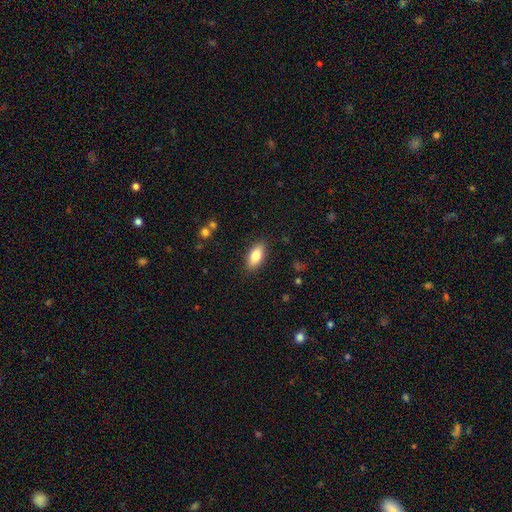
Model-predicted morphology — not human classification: type=smooth (82%); roundness=in between (86%); merging=none (86%).